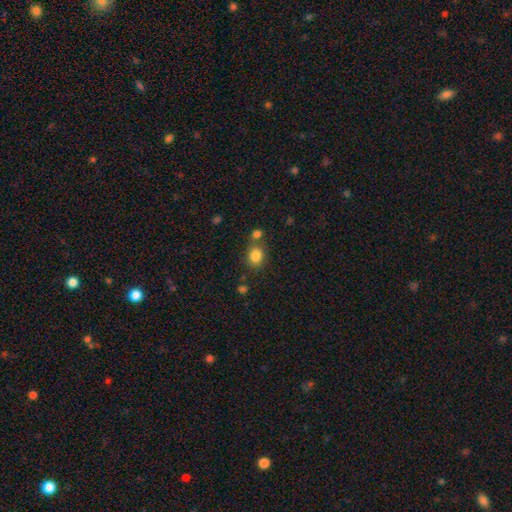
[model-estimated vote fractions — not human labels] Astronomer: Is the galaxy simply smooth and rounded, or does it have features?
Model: smooth — 84%.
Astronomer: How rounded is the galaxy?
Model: round — 54% (runner-up: in between, 45%).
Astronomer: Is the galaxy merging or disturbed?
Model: none — 65%.